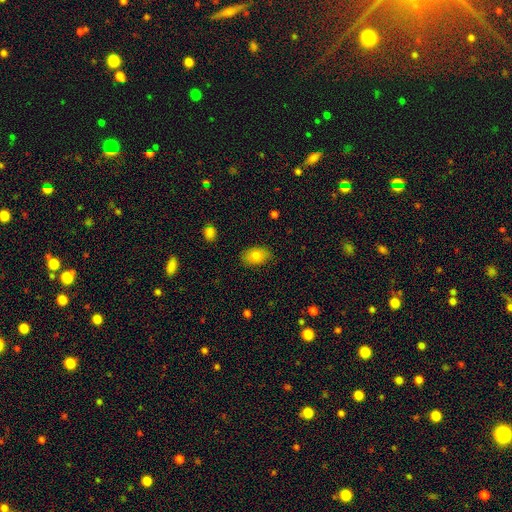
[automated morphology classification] A smooth galaxy with no disk features (80%) that is in between round and cigar-shaped (87%).

Vote fractions:
- Smooth or featured? smooth: 80% / featured or disk: 12% / star or artifact: 8%
- How rounded? in between: 87% / round: 11% / cigar-shaped: 1%
- Merging? none: 85% / minor disturbance: 12% / major disturbance: 2% / merger: 1%